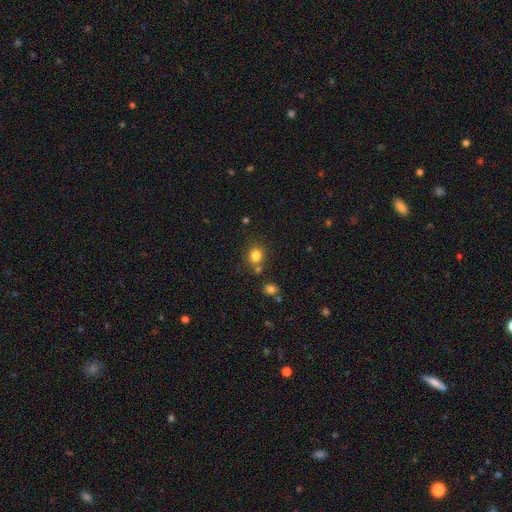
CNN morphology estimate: A smooth galaxy with no disk features (81%) that is round (76%). Merging: none (73%).